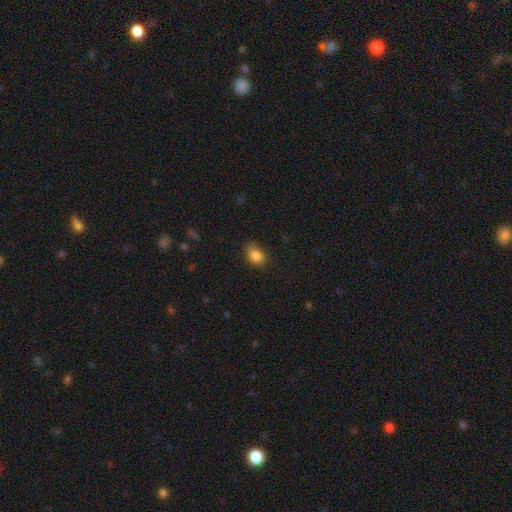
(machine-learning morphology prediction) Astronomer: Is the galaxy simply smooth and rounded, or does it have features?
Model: smooth — 84%.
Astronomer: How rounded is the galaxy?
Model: in between — 66%.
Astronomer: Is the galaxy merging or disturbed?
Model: none — 72%.